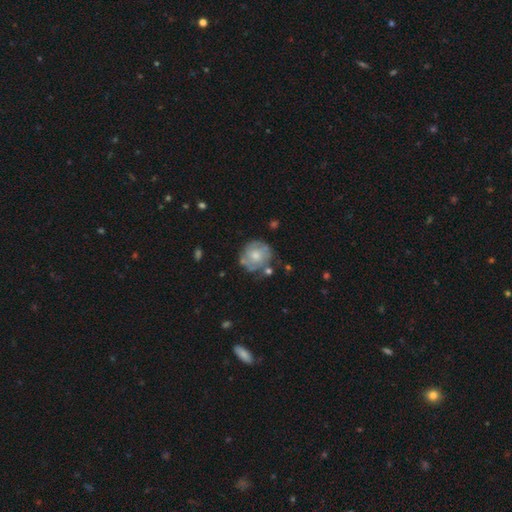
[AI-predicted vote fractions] This appears to be a featured or disk galaxy (58%) with no bar (80%), spiral arms (68%) and a moderate central bulge (57%). Merging: none (67%).